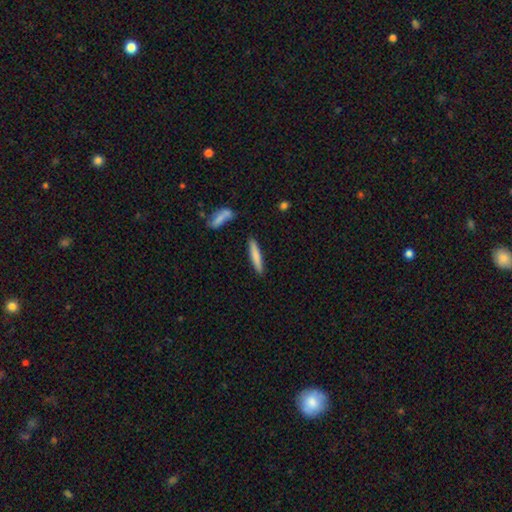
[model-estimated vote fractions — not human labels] Smooth or featured?
  - smooth: 76% *
  - featured or disk: 18%
  - star or artifact: 6%
How rounded?
  - cigar-shaped: 91% *
  - in between: 8%
  - round: 1%
Merging?
  - none: 87% *
  - minor disturbance: 8%
  - merger: 3%
  - major disturbance: 2%